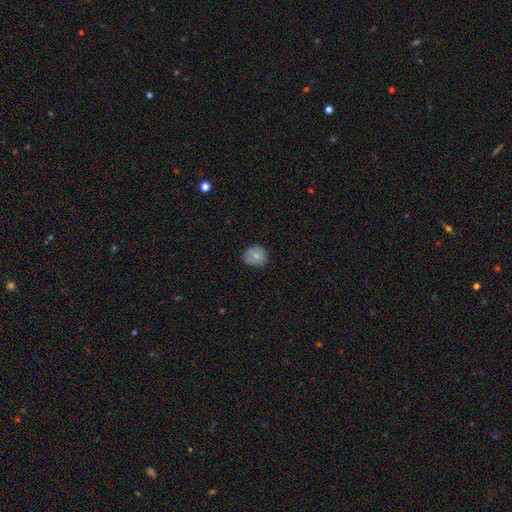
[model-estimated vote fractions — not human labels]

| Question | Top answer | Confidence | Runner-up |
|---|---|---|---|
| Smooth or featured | smooth | 71% | featured or disk (21%) |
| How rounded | round | 76% | in between (23%) |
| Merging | none | 66% | minor disturbance (26%) |